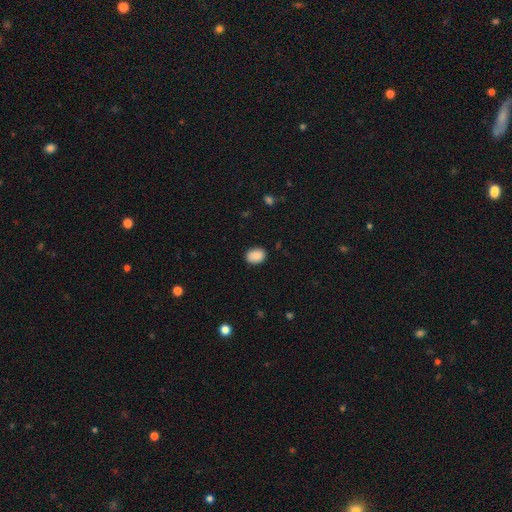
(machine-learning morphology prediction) A smooth galaxy with no disk features (89%) that is in between round and cigar-shaped (66%).

Vote fractions:
- Smooth or featured? smooth: 89% / star or artifact: 8% / featured or disk: 3%
- How rounded? in between: 66% / round: 33% / cigar-shaped: 1%
- Merging? none: 85% / minor disturbance: 11% / major disturbance: 2% / merger: 1%